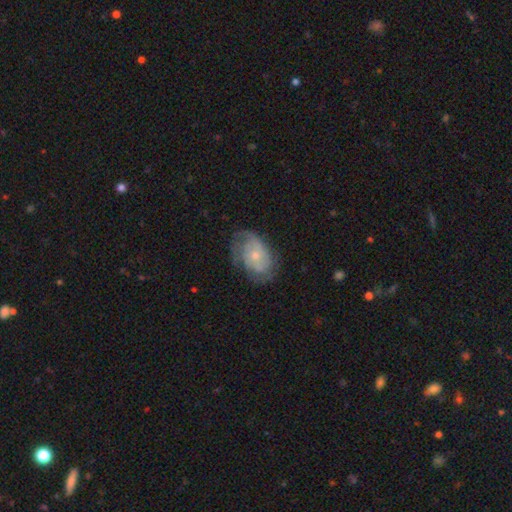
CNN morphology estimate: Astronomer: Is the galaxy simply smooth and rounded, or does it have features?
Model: featured or disk — 64%.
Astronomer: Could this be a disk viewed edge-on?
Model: no — 96%.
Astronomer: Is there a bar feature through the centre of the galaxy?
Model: no — 80%.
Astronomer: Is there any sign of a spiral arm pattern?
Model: yes — 81%.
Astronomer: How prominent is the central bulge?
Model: small — 66%.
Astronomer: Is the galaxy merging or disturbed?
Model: none — 58%.